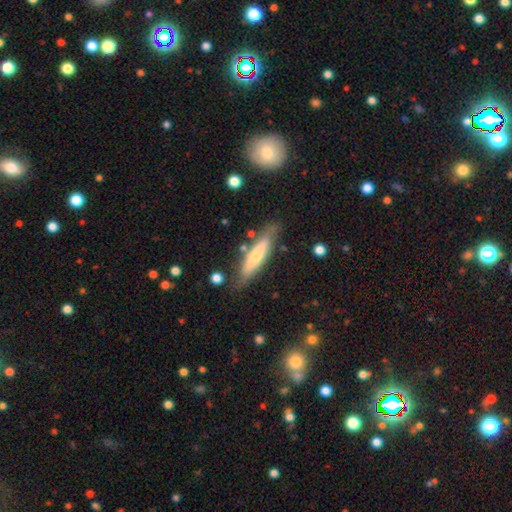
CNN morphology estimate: type=smooth (59%); roundness=cigar-shaped (81%); merging=none (76%).